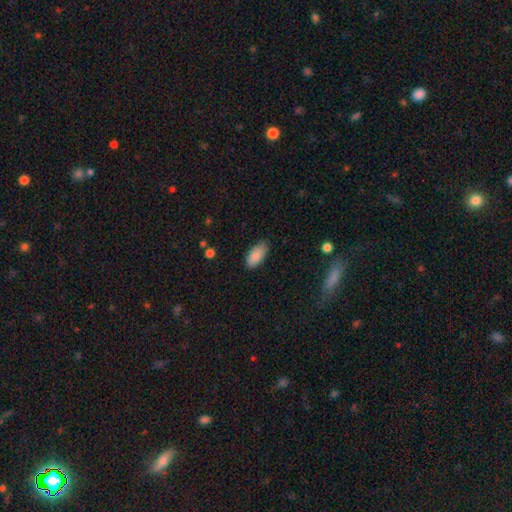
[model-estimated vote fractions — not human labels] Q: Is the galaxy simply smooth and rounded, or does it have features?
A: smooth — 88%.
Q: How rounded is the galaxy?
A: in between — 91%.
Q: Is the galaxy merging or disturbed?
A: none — 79%.